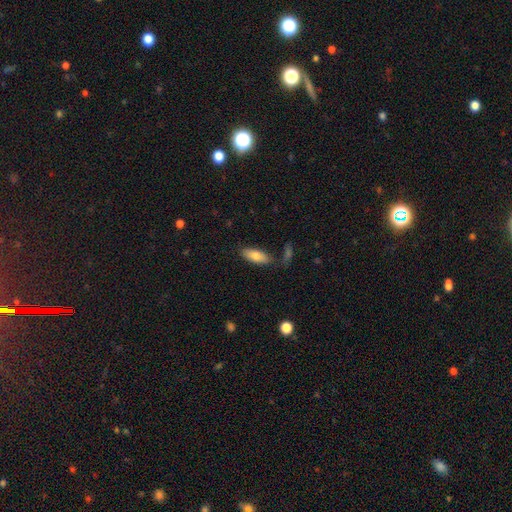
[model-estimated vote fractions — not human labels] Overall: smooth (79%). How rounded: in between (78%). Merging: none (75%).